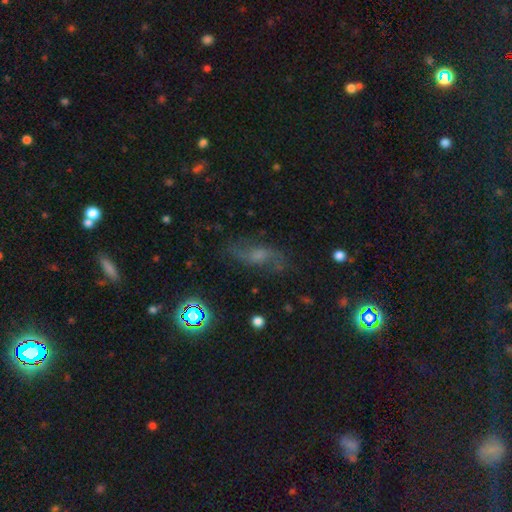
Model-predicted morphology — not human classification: The model was most divided on "smooth or featured": featured or disk: 55%, smooth: 23%, star or artifact: 21%. More confident: edge-on disk — no (85%); merging — none (70%).